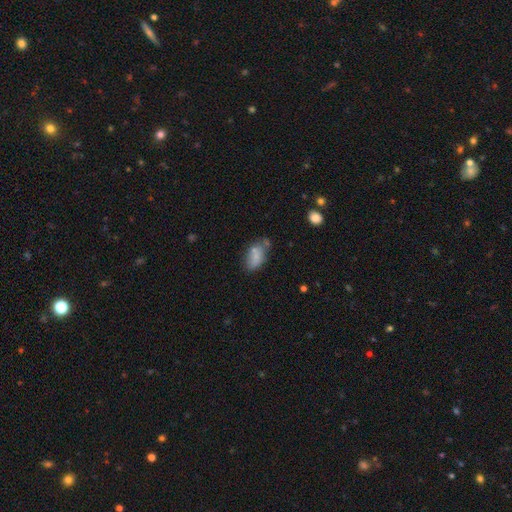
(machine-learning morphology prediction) This appears to be a smooth galaxy with no disk features (74%) that is in between round and cigar-shaped (91%). Merging: none (44%).